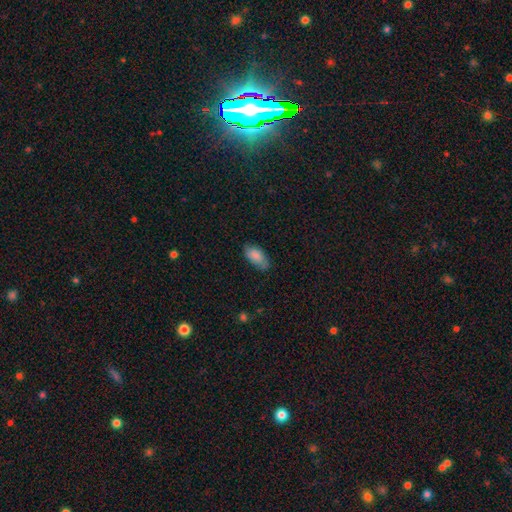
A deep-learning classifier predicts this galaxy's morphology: type=smooth (83%); roundness=in between (92%); merging=none (73%).